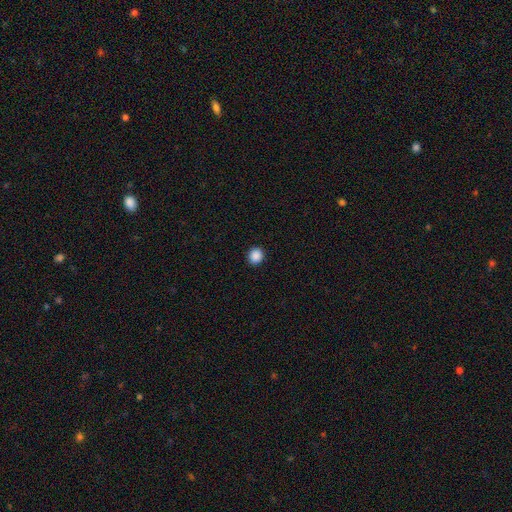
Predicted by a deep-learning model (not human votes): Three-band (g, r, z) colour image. It shows a smooth galaxy with no disk features (89%) that is round (85%). Merging: none (93%).